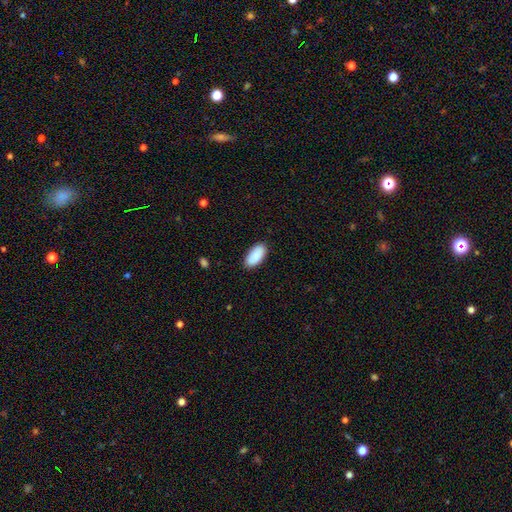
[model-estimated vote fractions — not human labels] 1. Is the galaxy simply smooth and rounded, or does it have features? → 90% smooth, 6% star or artifact, 4% featured or disk.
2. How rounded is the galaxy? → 93% in between, 5% cigar-shaped, 2% round.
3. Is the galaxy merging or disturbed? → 87% none, 10% minor disturbance, 2% major disturbance, 1% merger.